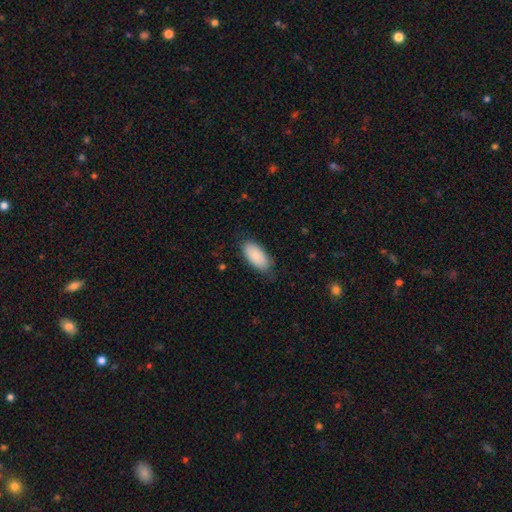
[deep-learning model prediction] Overall: smooth (89%). How rounded: in between (93%). Merging: none (79%).